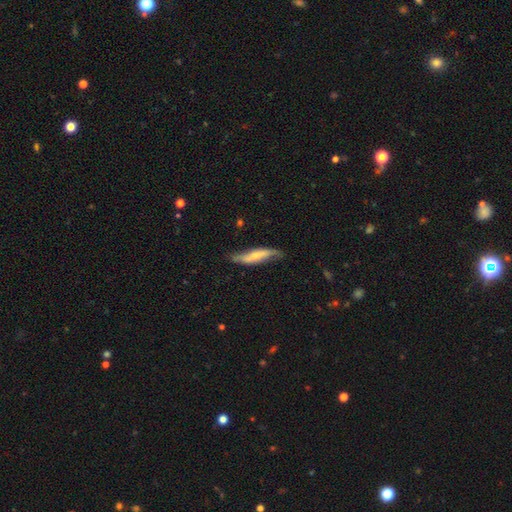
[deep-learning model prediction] Overall: featured or disk (51%; smooth 43%). Edge-on disk: no (51%; yes 49%). Merging: none (65%; minor disturbance 26%).